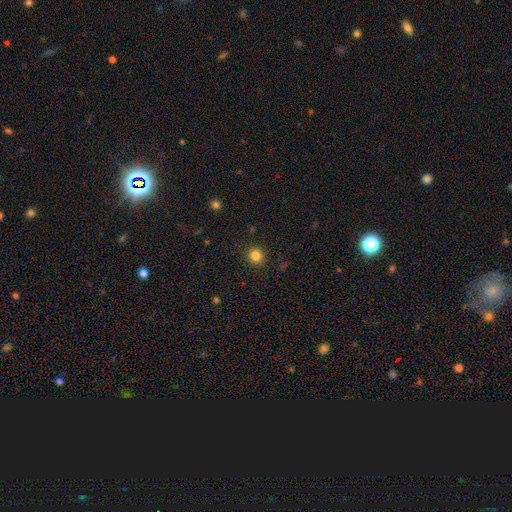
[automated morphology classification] A smooth galaxy with no disk features (84%) that is round (90%). Merging: none (90%).